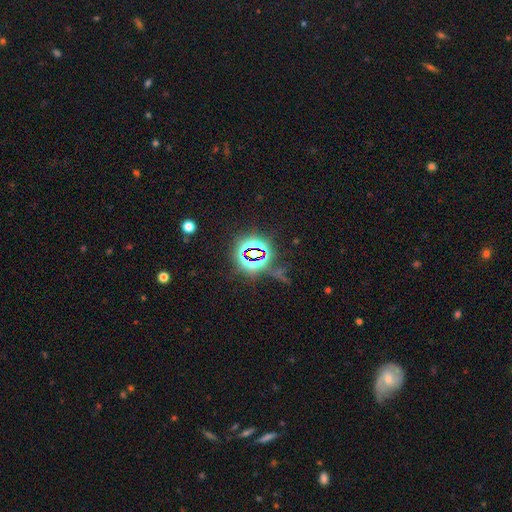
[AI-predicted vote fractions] smooth-or-featured: star or artifact: 82% | smooth: 10% | featured or disk: 7%